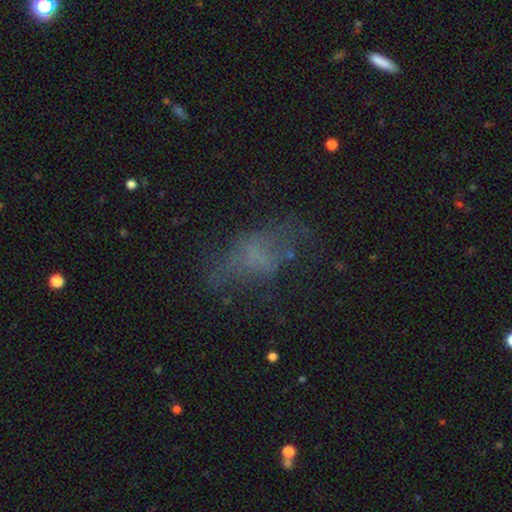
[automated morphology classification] smooth_or_featured: smooth (p=0.45) [alt: featured or disk p=0.35]
merging: none (p=0.46) [alt: major disturbance p=0.30]